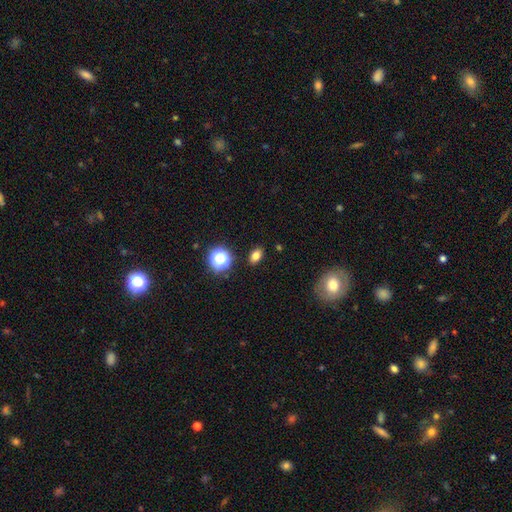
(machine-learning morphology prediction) A smooth galaxy with no disk features (77%) that is in between round and cigar-shaped (78%).

Vote fractions:
- Smooth or featured? smooth: 77% / star or artifact: 16% / featured or disk: 7%
- How rounded? in between: 78% / round: 21% / cigar-shaped: 2%
- Merging? none: 88% / minor disturbance: 8% / major disturbance: 2% / merger: 2%